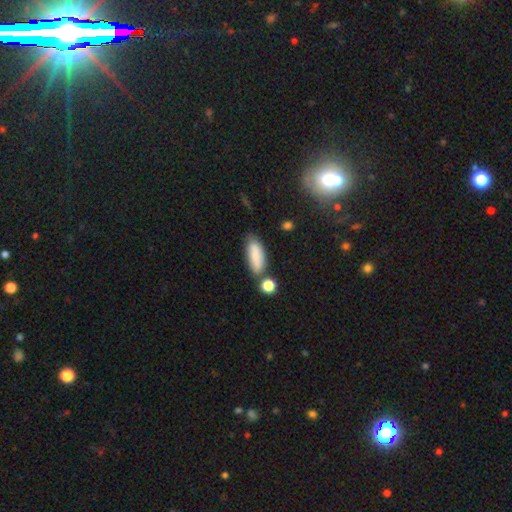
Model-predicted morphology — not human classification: This appears to be a smooth galaxy with no disk features (83%) that is in between round and cigar-shaped (74%). Merging: none (65%).